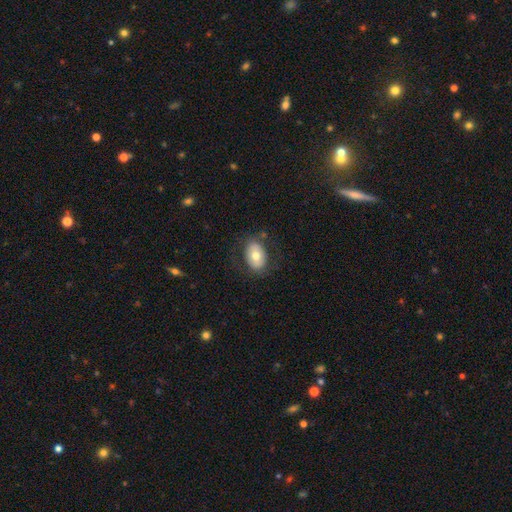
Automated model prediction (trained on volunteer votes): smooth_or_featured: smooth (p=0.67) [alt: featured or disk p=0.26]
how_rounded: in between (p=0.81) [alt: round p=0.18]
merging: none (p=0.76) [alt: minor disturbance p=0.15]